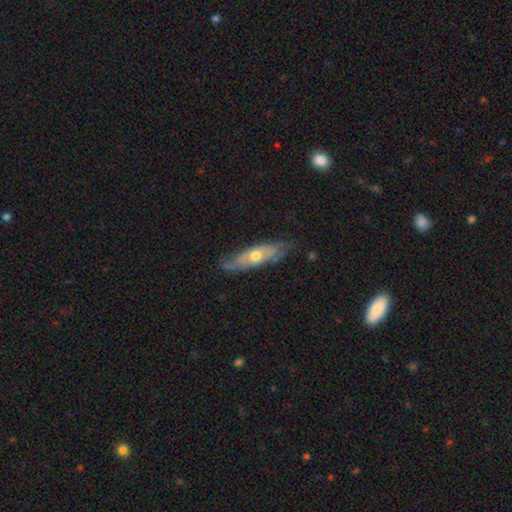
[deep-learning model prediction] This is likely a featured or disk galaxy (64%). It is possibly not viewed edge-on (58%). Merging: likely none (69%).